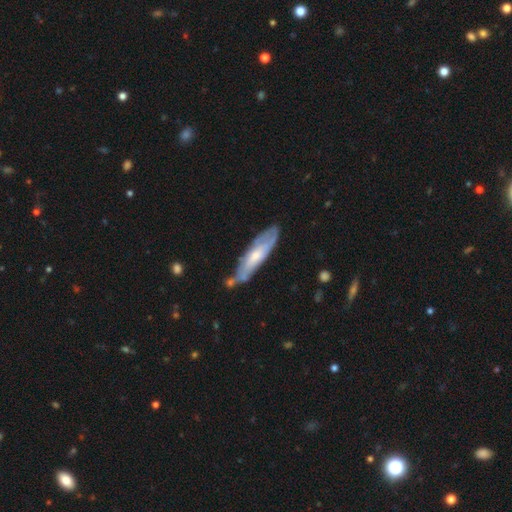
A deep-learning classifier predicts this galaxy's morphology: Smooth or featured? featured or disk (57%)
Edge-on disk? no (57%)
Merging? none (61%)